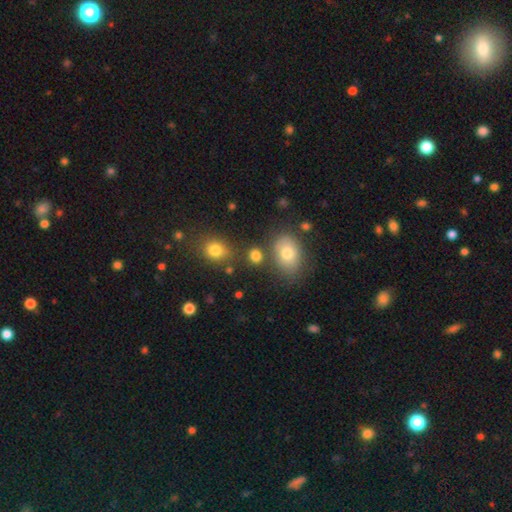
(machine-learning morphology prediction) This appears to be a smooth galaxy with no disk features (80%) that is round (54%). Merging: none (72%).